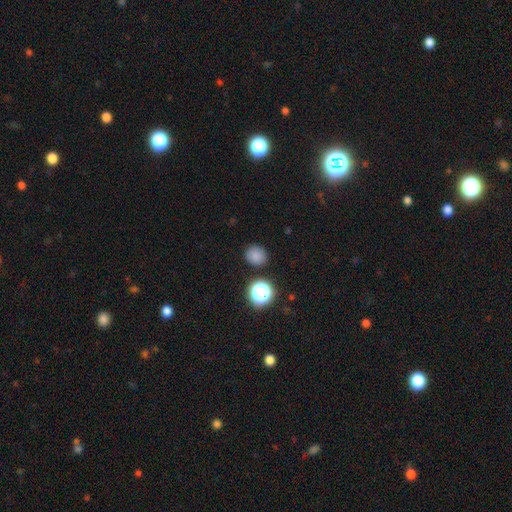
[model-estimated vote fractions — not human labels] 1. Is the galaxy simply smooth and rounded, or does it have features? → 79% smooth, 16% star or artifact, 5% featured or disk.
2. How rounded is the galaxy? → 82% round, 17% in between, 1% cigar-shaped.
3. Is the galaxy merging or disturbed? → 86% none, 9% minor disturbance, 3% major disturbance, 3% merger.